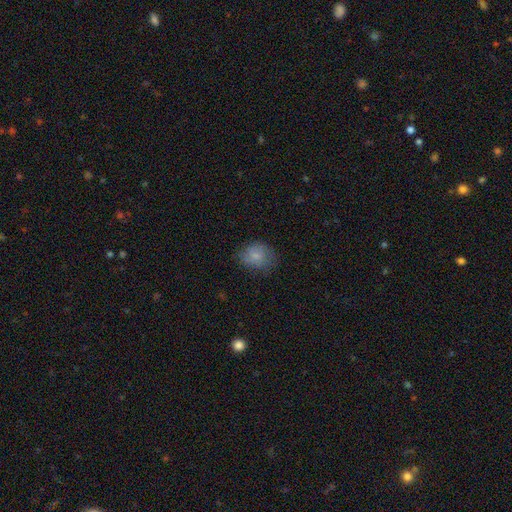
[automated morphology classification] Smooth or featured? Predicted: smooth (p=0.80). How rounded? Predicted: round (p=0.55). Merging? Predicted: none (p=0.65).